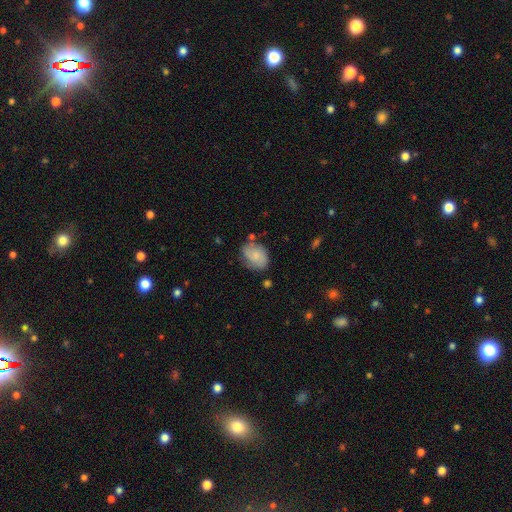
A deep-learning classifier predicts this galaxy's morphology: This is likely a smooth galaxy (64%). How rounded: likely in between (67%). Merging: likely none (64%).